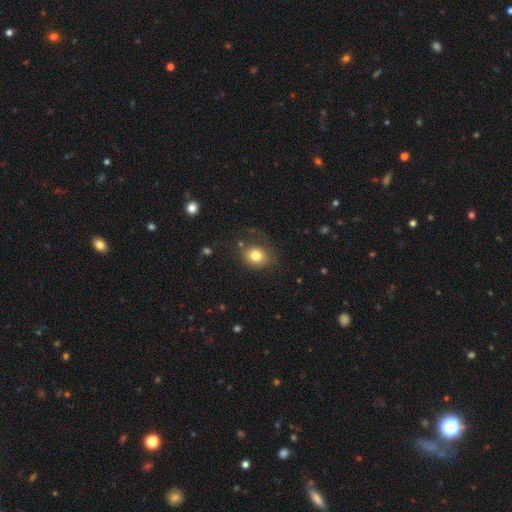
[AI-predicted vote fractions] smooth_or_featured: smooth (p=0.80) [alt: star or artifact p=0.11]
how_rounded: round (p=0.65) [alt: in between p=0.34]
merging: none (p=0.67) [alt: minor disturbance p=0.20]